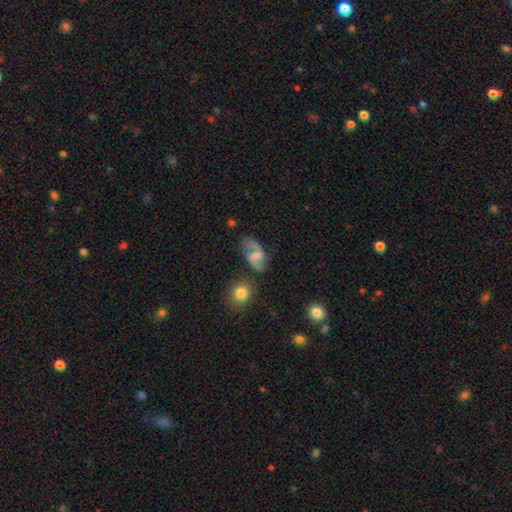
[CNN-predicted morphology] A featured or disk galaxy (66%) with a weak bar (53%), 2 (87%) loose (54%) spiral arms (85%) and a small central bulge (47%). Merging: none (61%).